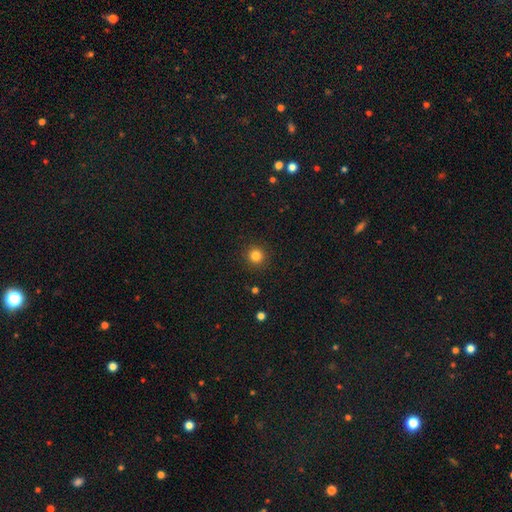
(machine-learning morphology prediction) smooth_or_featured: smooth (p=0.83) [alt: star or artifact p=0.13]
how_rounded: round (p=0.95) [alt: in between p=0.04]
merging: none (p=0.92) [alt: minor disturbance p=0.05]